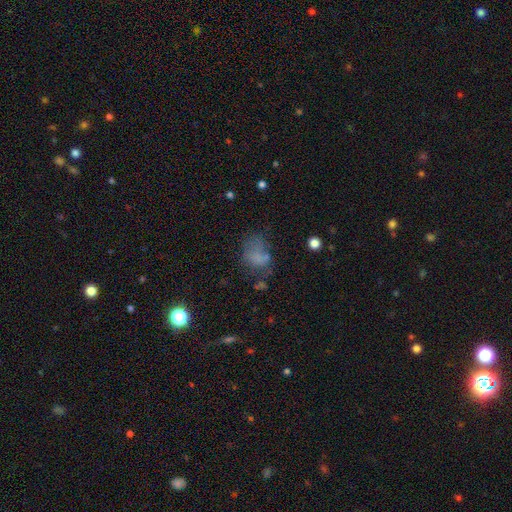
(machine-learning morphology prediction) Q: Smooth or featured?
A: smooth (59%); runner-up: featured or disk (21%)
Q: How rounded?
A: in between (66%); runner-up: round (32%)
Q: Merging?
A: none (39%); runner-up: major disturbance (28%)